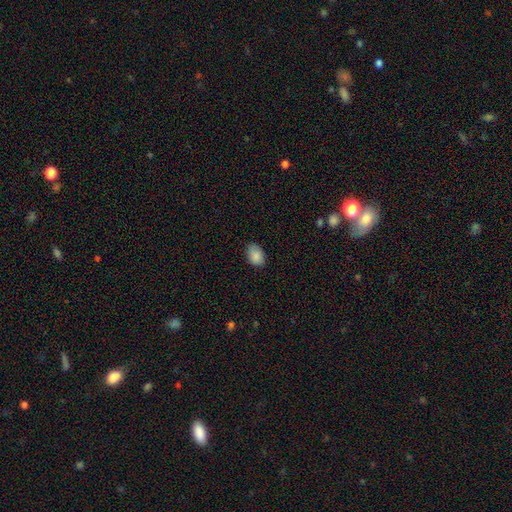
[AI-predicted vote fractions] smooth-or-featured: smooth: 88% | star or artifact: 7% | featured or disk: 5%
  how-rounded: in between: 81% | round: 18% | cigar-shaped: 1%
  merging: none: 78% | minor disturbance: 18% | major disturbance: 3% | merger: 1%